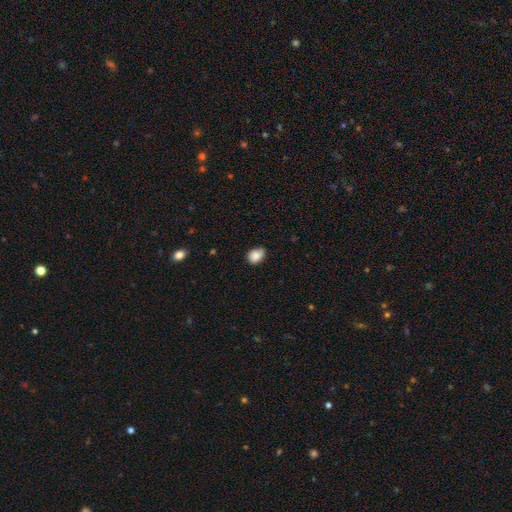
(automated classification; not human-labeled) Overall: smooth (85%). How rounded: in between (65%; round 34%). Merging: none (73%).